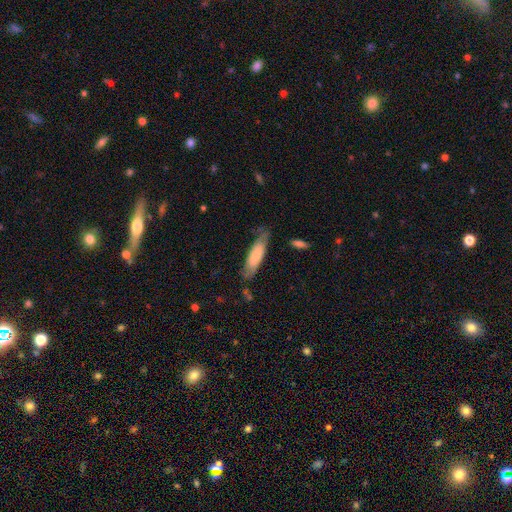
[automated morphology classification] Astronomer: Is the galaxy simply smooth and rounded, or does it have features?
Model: smooth — 68%.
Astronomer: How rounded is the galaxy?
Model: cigar-shaped — 59% (runner-up: in between, 40%).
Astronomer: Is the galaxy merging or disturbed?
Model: none — 67%.